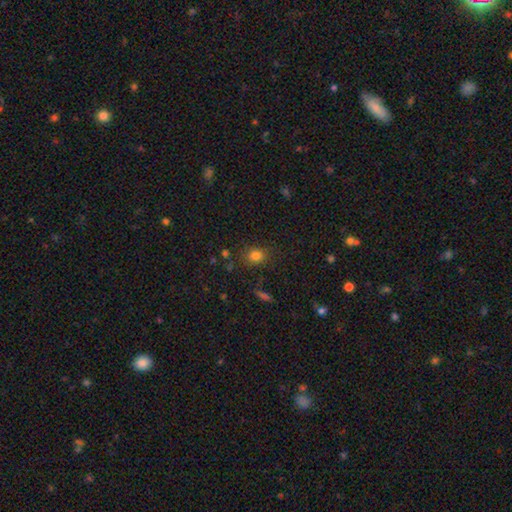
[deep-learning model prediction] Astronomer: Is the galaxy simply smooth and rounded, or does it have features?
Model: smooth — 80%.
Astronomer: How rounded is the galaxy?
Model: round — 63%.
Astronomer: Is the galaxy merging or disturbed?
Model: none — 81%.